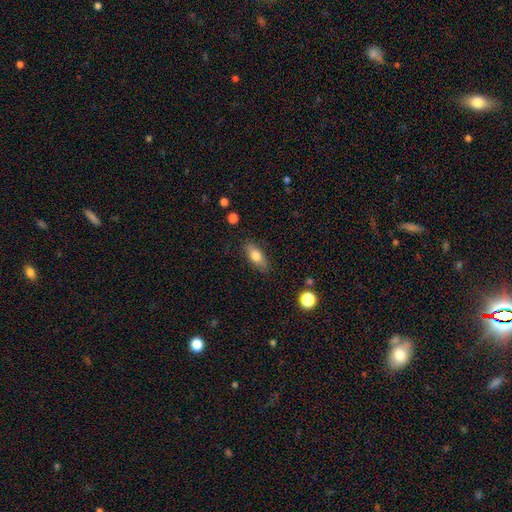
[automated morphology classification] A smooth galaxy with no disk features (74%) that is in between round and cigar-shaped (77%). Merging: none (84%).